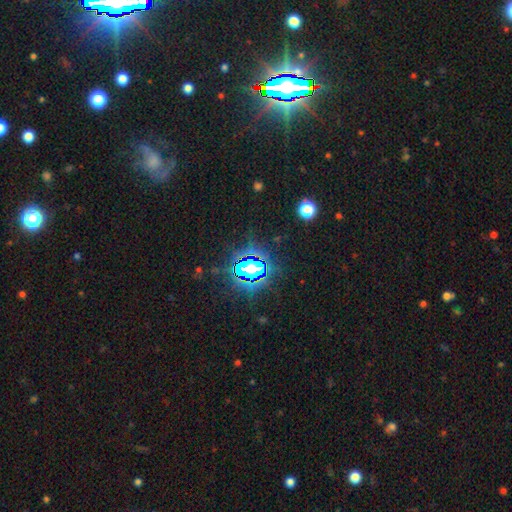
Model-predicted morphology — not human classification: This is clearly a star or artifact rather than a galaxy (82%).